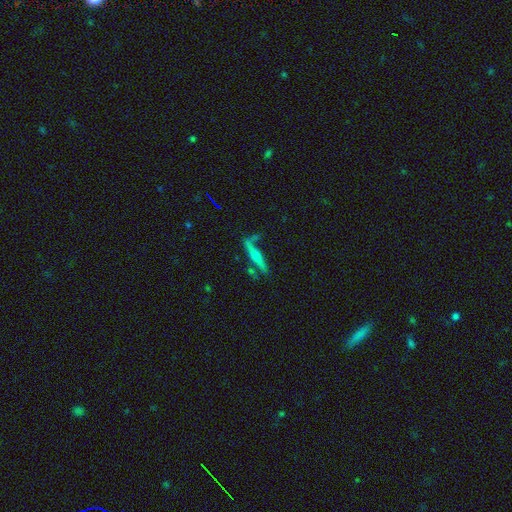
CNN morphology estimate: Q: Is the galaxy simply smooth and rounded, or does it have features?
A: featured or disk — 65%.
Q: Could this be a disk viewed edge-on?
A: yes — 84%.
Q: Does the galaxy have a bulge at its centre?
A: rounded — 75%.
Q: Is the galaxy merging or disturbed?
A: none — 60%.